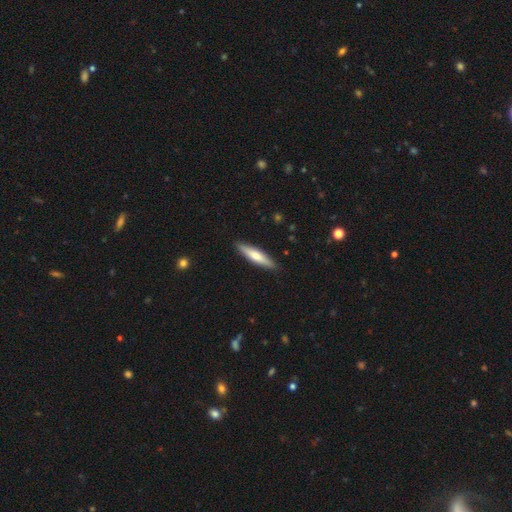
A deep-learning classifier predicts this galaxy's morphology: A smooth galaxy with no disk features (60%) that is cigar-shaped (82%).

Vote fractions:
- Smooth or featured? smooth: 60% / featured or disk: 35% / star or artifact: 5%
- How rounded? cigar-shaped: 82% / in between: 17% / round: 1%
- Merging? none: 90% / minor disturbance: 8% / major disturbance: 2% / merger: 1%